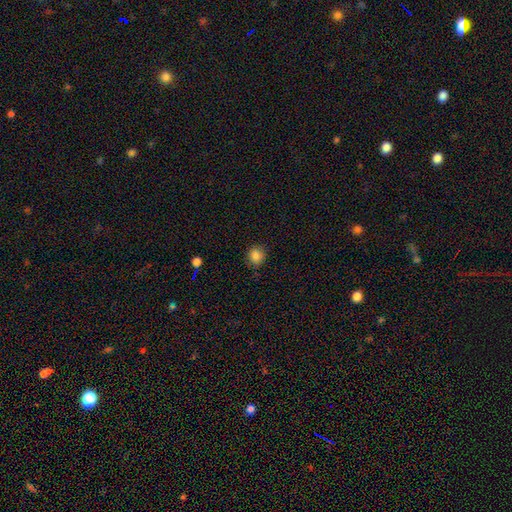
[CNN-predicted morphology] Q: Smooth or featured?
A: smooth (85%); runner-up: star or artifact (11%)
Q: How rounded?
A: round (75%); runner-up: in between (24%)
Q: Merging?
A: none (83%); runner-up: minor disturbance (13%)